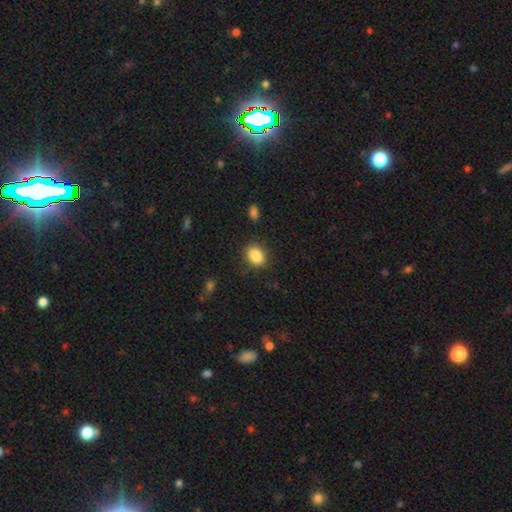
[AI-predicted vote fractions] smooth 87%, star or artifact 8%, featured or disk 4%. Down the decision tree: how rounded — in between (70%); merging — none (84%).